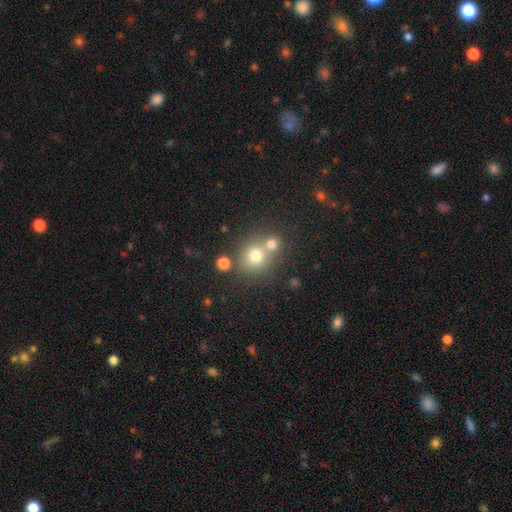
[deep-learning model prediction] smooth-or-featured: smooth: 72% | star or artifact: 15% | featured or disk: 13%
  how-rounded: round: 82% | in between: 17% | cigar-shaped: 1%
  merging: none: 51% | merger: 38% | minor disturbance: 8% | major disturbance: 3%